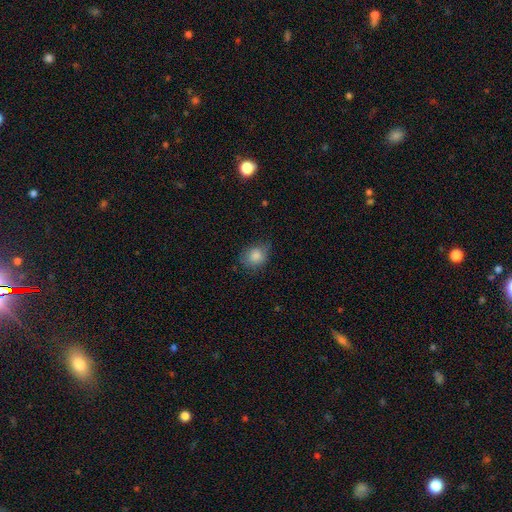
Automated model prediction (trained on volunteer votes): smooth 82%, star or artifact 9%, featured or disk 9%. Down the decision tree: how rounded — round (55%); merging — none (69%).